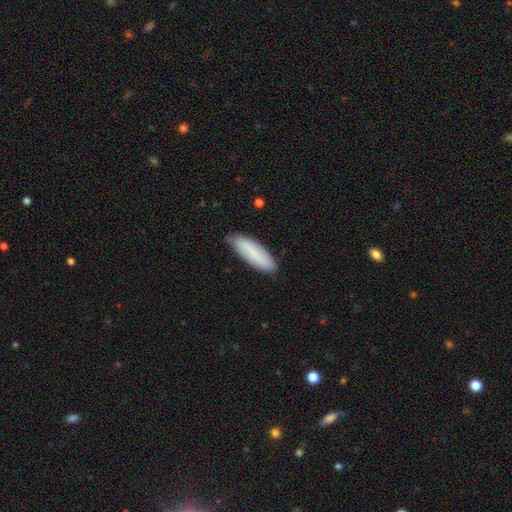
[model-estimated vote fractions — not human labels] Smooth or featured: smooth — 75% (featured or disk — 19%)
How rounded: in between — 50% (cigar-shaped — 48%)
Merging: none — 80% (minor disturbance — 16%)